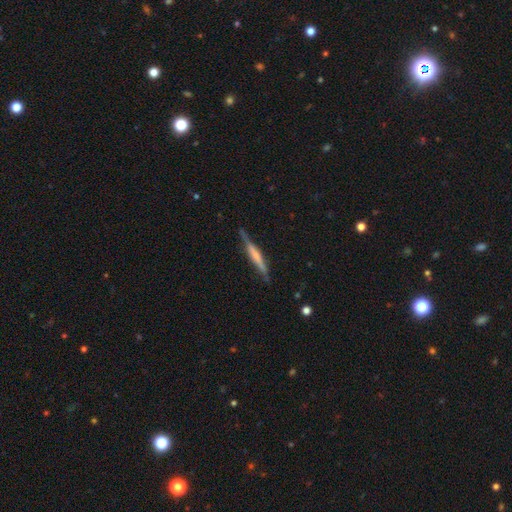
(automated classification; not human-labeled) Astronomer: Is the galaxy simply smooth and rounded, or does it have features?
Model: featured or disk — 57% (runner-up: smooth, 36%).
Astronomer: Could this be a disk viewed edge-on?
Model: yes — 96%.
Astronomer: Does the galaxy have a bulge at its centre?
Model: rounded — 39% (runner-up: boxy, 31%).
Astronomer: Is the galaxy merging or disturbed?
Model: none — 78%.